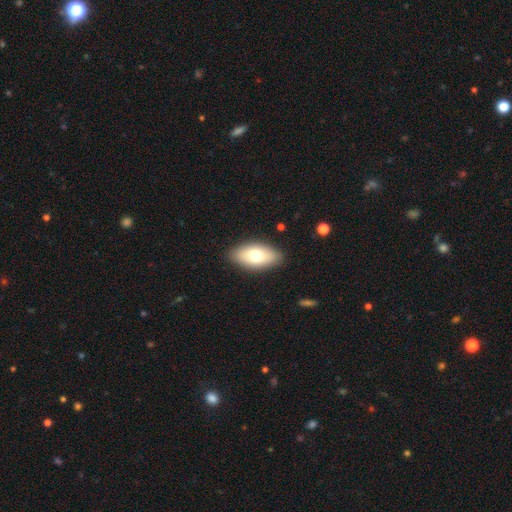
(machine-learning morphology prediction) A smooth galaxy with no disk features (71%) that is in between round and cigar-shaped (92%).

Vote fractions:
- Smooth or featured? smooth: 71% / featured or disk: 22% / star or artifact: 7%
- How rounded? in between: 92% / cigar-shaped: 5% / round: 4%
- Merging? none: 87% / minor disturbance: 10% / major disturbance: 2% / merger: 1%